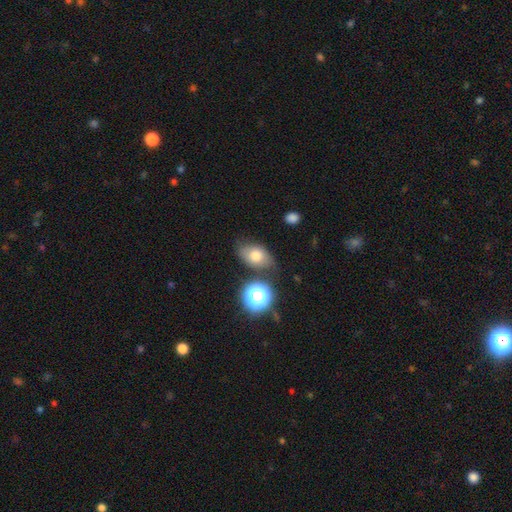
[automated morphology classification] This appears to be a smooth galaxy with no disk features (69%) that is in between round and cigar-shaped (76%). Merging: none (69%).